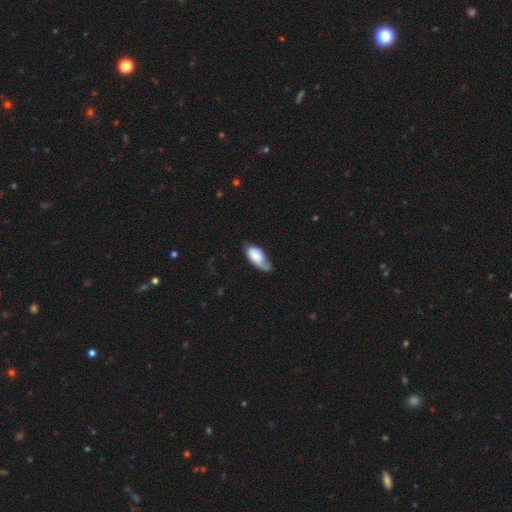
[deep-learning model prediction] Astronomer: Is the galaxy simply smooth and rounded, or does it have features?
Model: smooth — 67%.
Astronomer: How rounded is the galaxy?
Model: in between — 91%.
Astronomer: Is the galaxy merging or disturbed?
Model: minor disturbance — 38% (runner-up: none, 35%).